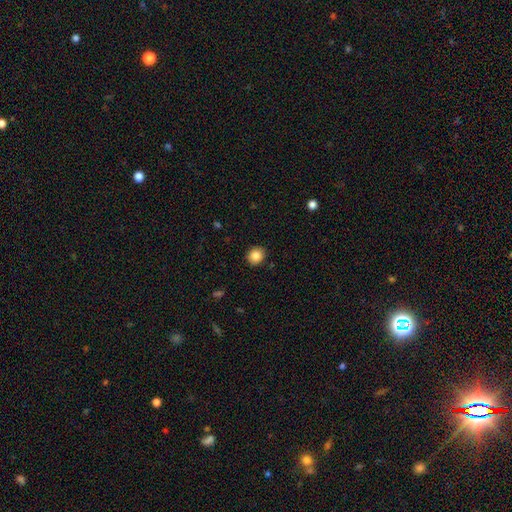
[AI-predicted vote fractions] smooth 85%, star or artifact 9%, featured or disk 5%. Down the decision tree: how rounded — round (79%); merging — none (90%).